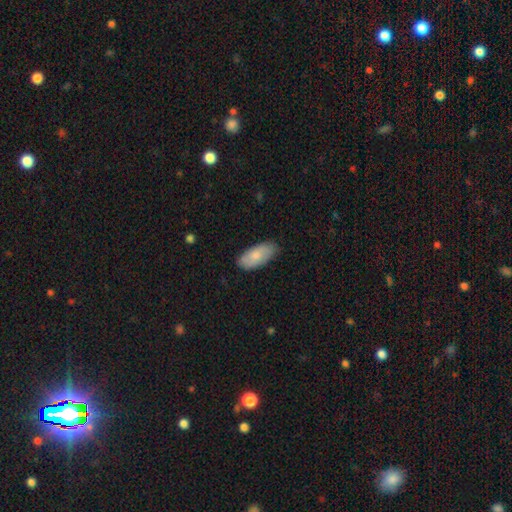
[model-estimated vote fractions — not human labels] The model was most divided on "smooth or featured": smooth: 76%, featured or disk: 18%, star or artifact: 6%. More confident: how rounded — in between (91%); merging — none (81%).